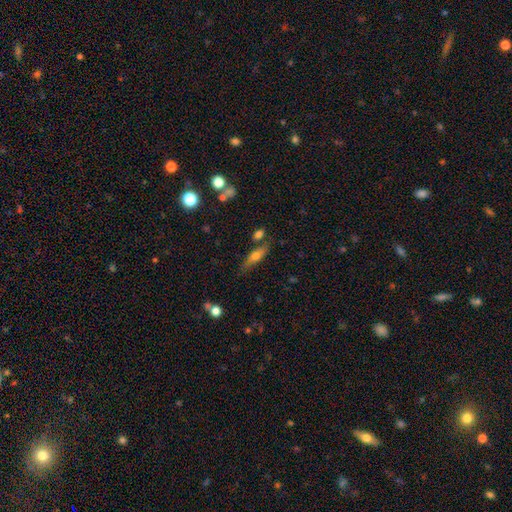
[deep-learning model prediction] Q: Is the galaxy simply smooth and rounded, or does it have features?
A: smooth — 52%.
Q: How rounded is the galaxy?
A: cigar-shaped — 56%.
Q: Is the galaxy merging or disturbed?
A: none — 67%.